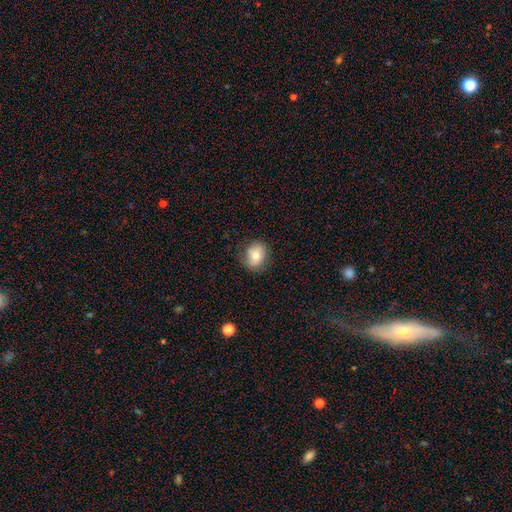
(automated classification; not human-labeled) Overall: smooth (69%). How rounded: round (55%; in between 44%). Merging: none (75%).